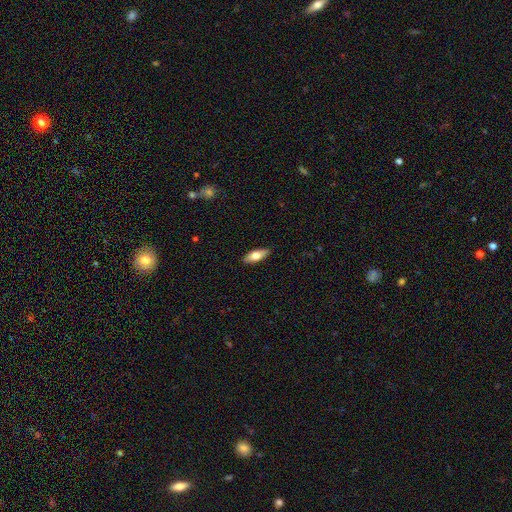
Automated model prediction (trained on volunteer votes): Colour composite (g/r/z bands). It shows a smooth galaxy with no disk features (68%) that is in between round and cigar-shaped (68%). Merging: none (88%).